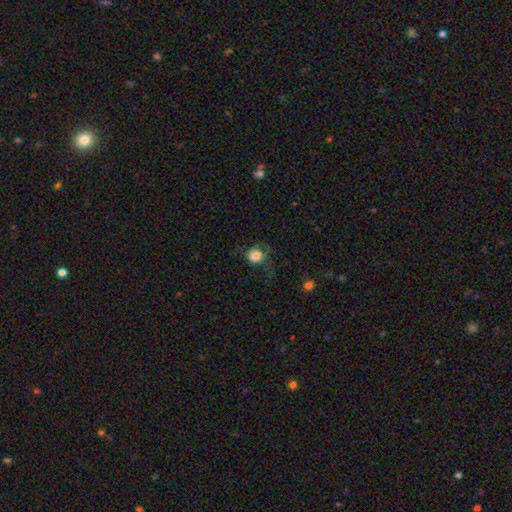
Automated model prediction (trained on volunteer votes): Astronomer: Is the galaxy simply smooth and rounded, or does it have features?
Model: smooth — 82%.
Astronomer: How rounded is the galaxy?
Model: round — 85%.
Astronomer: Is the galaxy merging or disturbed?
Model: none — 52%.